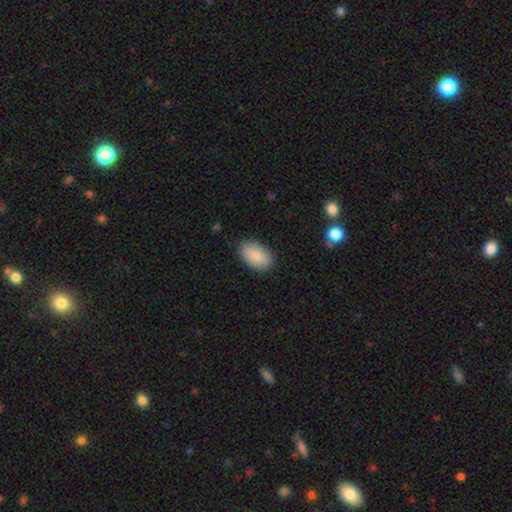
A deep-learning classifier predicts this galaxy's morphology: Smooth or featured? smooth (84%)
How rounded? in between (93%)
Merging? none (85%)